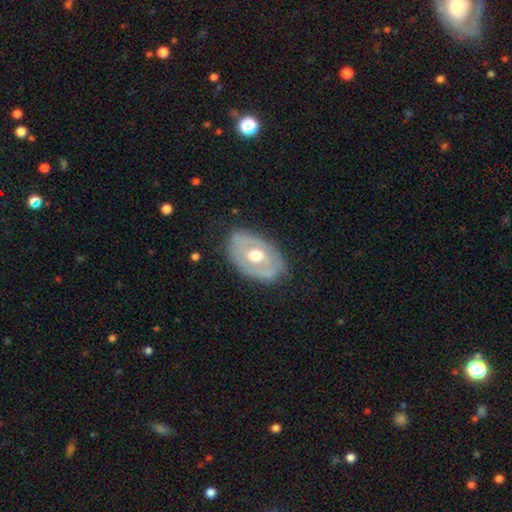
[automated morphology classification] Q: Smooth or featured?
A: featured or disk (60%); runner-up: smooth (35%)
Q: Edge-on disk?
A: no (91%); runner-up: yes (9%)
Q: Bar?
A: no (82%); runner-up: weak (14%)
Q: Spiral arms?
A: no (80%); runner-up: yes (20%)
Q: Bulge size?
A: moderate (71%); runner-up: large (21%)
Q: Merging?
A: none (74%); runner-up: minor disturbance (19%)